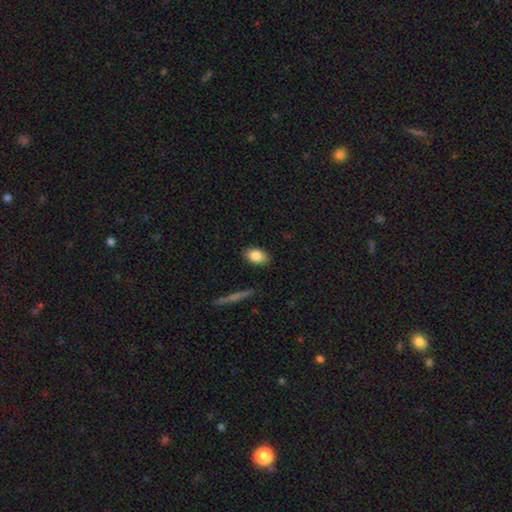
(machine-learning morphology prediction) smooth_or_featured: smooth (p=0.82) [alt: featured or disk p=0.11]
how_rounded: in between (p=0.86) [alt: round p=0.12]
merging: none (p=0.86) [alt: minor disturbance p=0.11]